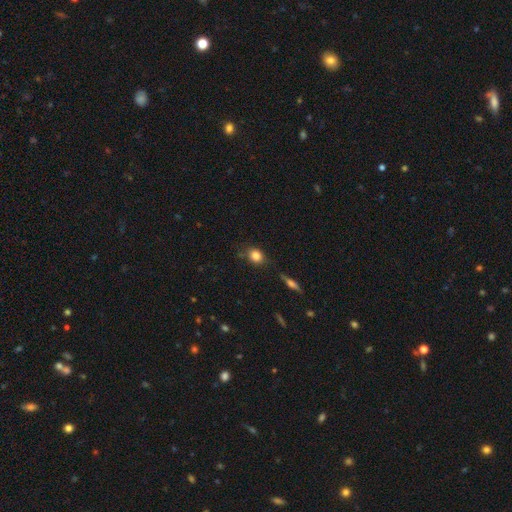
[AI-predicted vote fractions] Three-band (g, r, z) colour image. It shows a smooth galaxy with no disk features (83%) that is round (57%). Merging: none (73%).